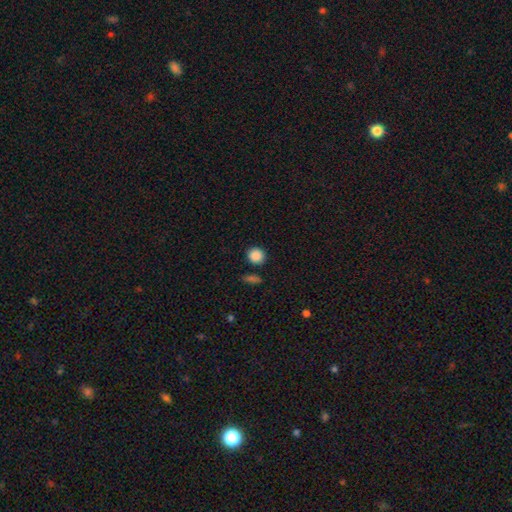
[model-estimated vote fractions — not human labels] Q: Smooth or featured?
A: smooth (88%); runner-up: star or artifact (9%)
Q: How rounded?
A: round (86%); runner-up: in between (13%)
Q: Merging?
A: none (84%); runner-up: minor disturbance (9%)